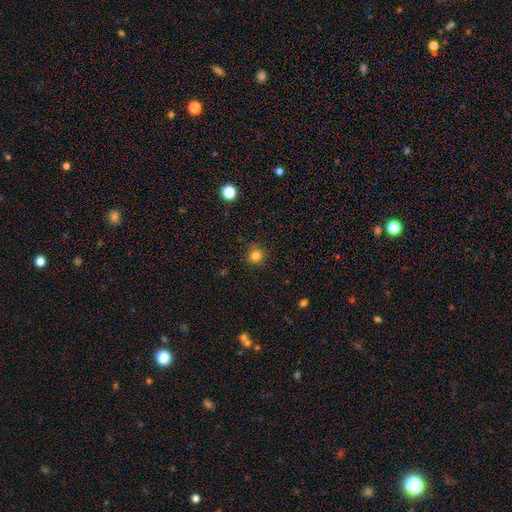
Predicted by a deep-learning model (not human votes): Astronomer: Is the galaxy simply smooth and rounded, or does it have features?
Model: smooth — 81%.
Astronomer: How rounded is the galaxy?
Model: round — 93%.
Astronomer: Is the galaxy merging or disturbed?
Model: none — 87%.